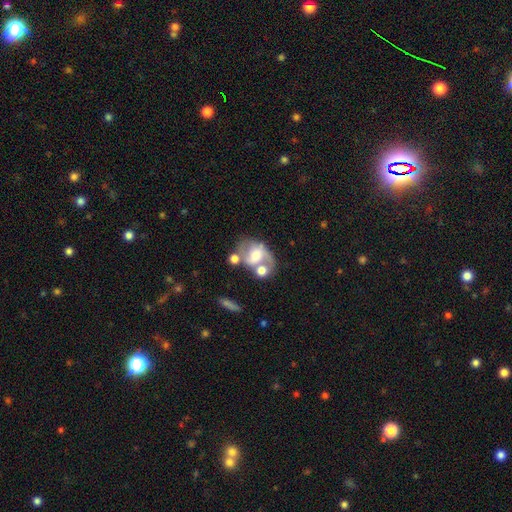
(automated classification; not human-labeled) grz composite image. It shows a featured or disk galaxy (62%) with no bar (44%), spiral arms (67%) and a moderate central bulge (51%). Merging: merger (37%).